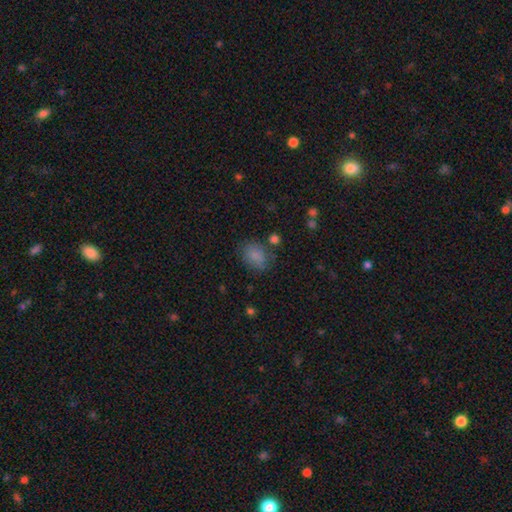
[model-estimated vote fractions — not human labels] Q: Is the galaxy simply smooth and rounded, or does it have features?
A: smooth — 83%.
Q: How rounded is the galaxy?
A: in between — 63%.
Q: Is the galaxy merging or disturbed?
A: none — 71%.